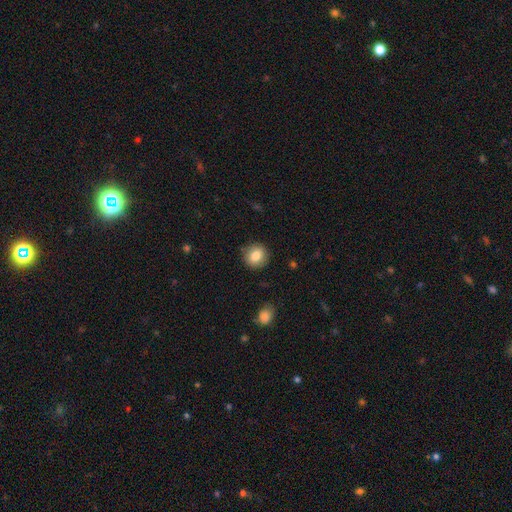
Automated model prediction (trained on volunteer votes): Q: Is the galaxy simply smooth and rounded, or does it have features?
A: smooth — 82%.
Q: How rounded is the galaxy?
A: round — 87%.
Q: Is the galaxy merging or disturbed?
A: none — 88%.